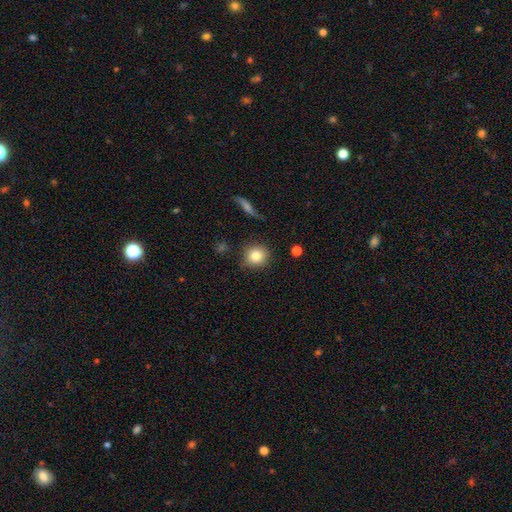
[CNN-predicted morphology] smooth 82%, star or artifact 9%, featured or disk 8%. Down the decision tree: how rounded — round (88%); merging — none (85%).